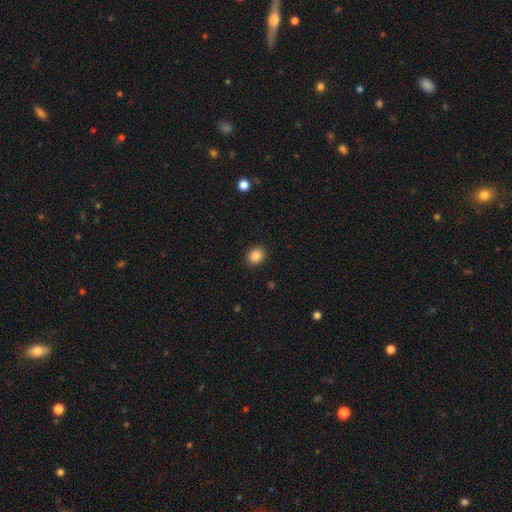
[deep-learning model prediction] Overall: smooth (87%). How rounded: round (62%; in between 37%). Merging: none (91%).